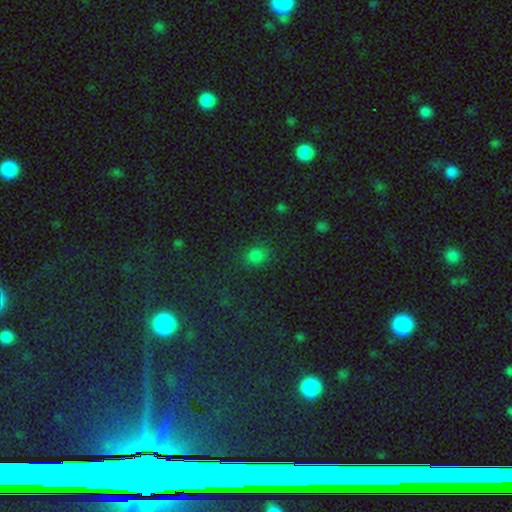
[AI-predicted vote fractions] Smooth or featured? smooth (73%)
How rounded? round (69%)
Merging? none (80%)